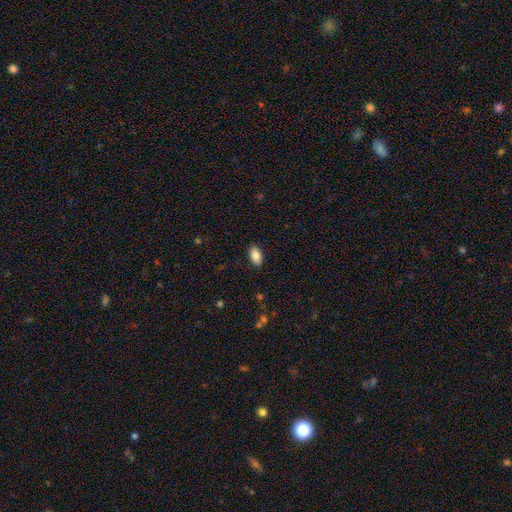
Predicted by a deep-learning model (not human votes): The model was most divided on "smooth or featured": smooth: 86%, star or artifact: 7%, featured or disk: 6%. More confident: how rounded — in between (94%); merging — none (88%).